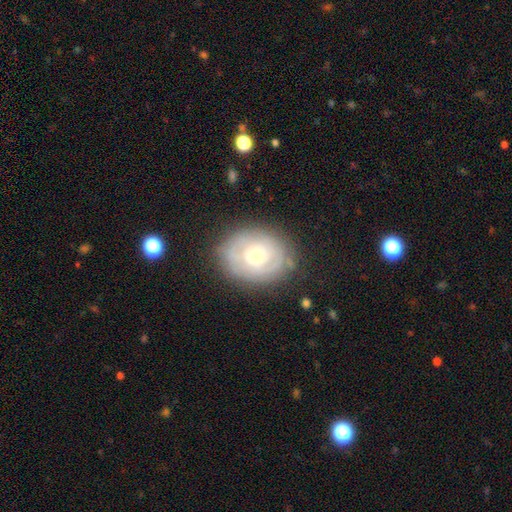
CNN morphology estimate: Smooth or featured: featured or disk — 58% (smooth — 34%)
Edge-on disk: no — 96% (yes — 4%)
Bar: no — 81% (weak — 16%)
Spiral arms: yes — 56% (no — 44%)
Bulge size: moderate — 53% (small — 40%)
Merging: none — 76% (minor disturbance — 16%)